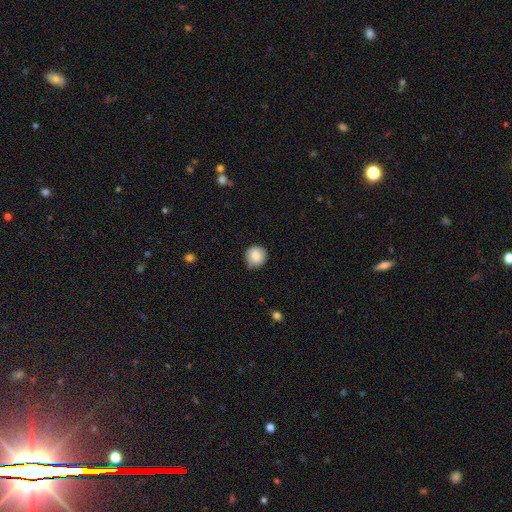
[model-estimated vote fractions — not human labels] This is clearly a smooth galaxy (86%). How rounded: clearly round (91%). Merging: clearly none (81%).